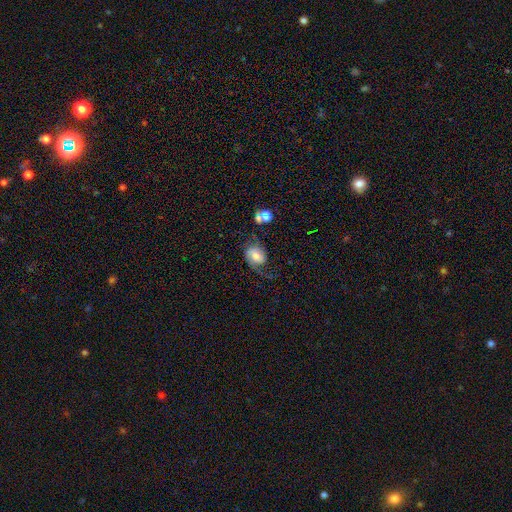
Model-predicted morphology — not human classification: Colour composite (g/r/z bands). It shows a featured or disk galaxy (67%) with no bar (49%), 2 (61%) loose (46%) spiral arms (92%) and a moderate central bulge (53%). Merging: none (49%).